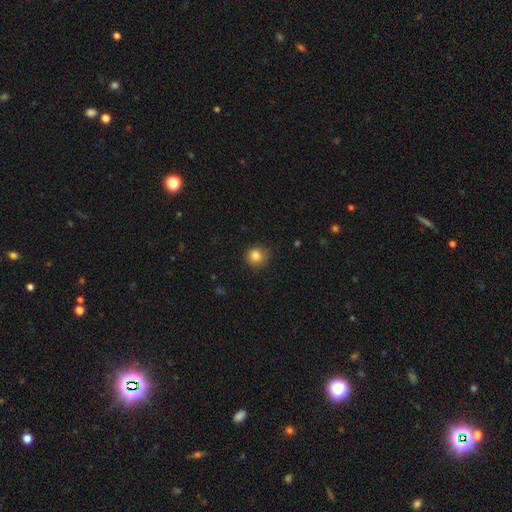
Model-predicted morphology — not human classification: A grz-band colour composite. It shows a smooth galaxy with no disk features (84%) that is round (90%). Merging: none (85%).